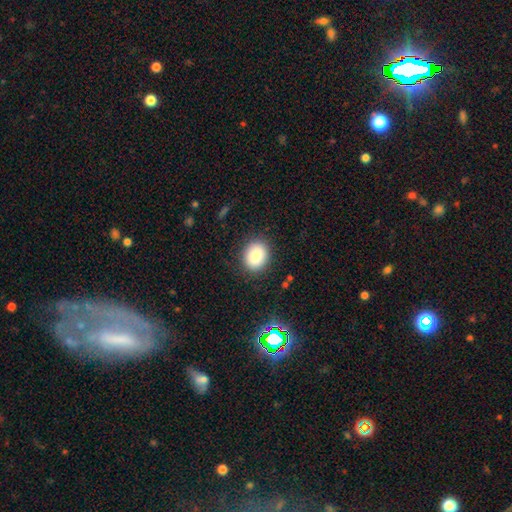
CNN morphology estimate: Overall: smooth (84%). How rounded: round (56%; in between 43%). Merging: none (86%).